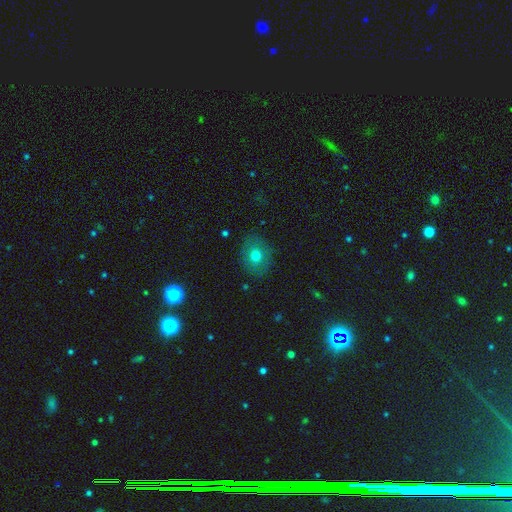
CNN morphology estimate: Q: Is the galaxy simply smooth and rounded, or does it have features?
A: smooth — 71%.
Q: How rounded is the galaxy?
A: round — 56%.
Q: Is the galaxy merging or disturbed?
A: none — 85%.